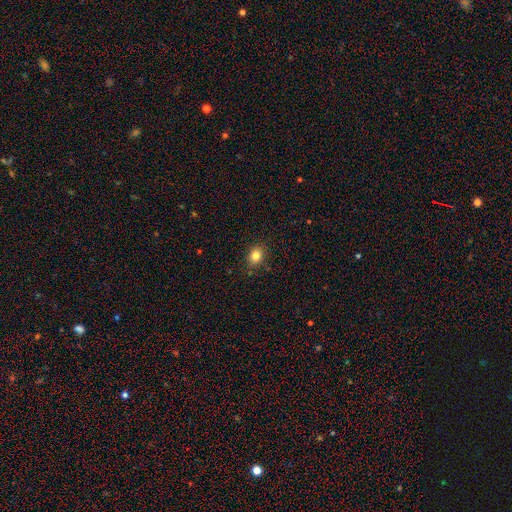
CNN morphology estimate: Smooth or featured? Predicted: smooth (p=0.82). How rounded? Predicted: in between (p=0.50). Merging? Predicted: none (p=0.85).